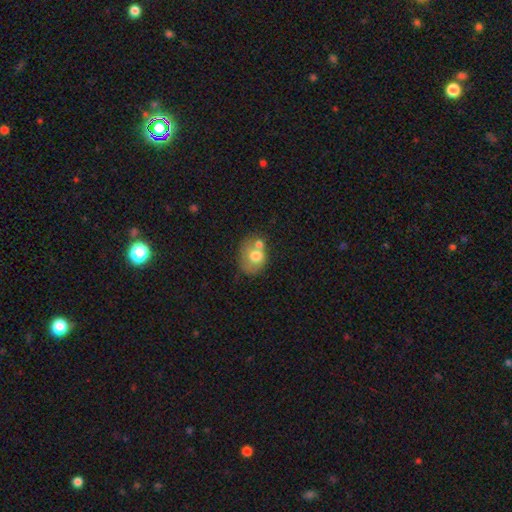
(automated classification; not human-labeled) Q: Smooth or featured?
A: smooth (69%); runner-up: featured or disk (22%)
Q: How rounded?
A: in between (50%); runner-up: round (49%)
Q: Merging?
A: merger (40%); runner-up: none (34%)